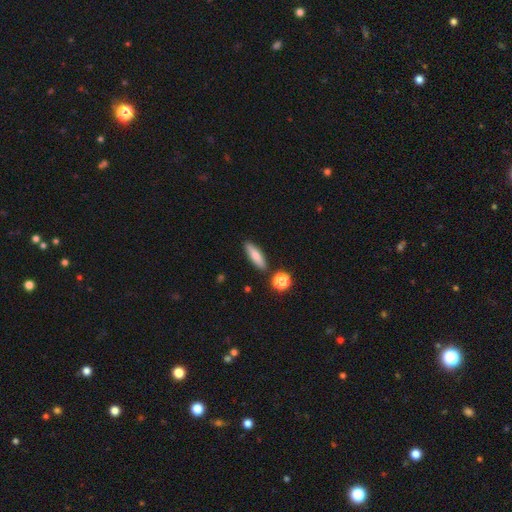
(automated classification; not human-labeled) Smooth or featured? Predicted: smooth (p=0.77). How rounded? Predicted: cigar-shaped (p=0.59). Merging? Predicted: none (p=0.85).